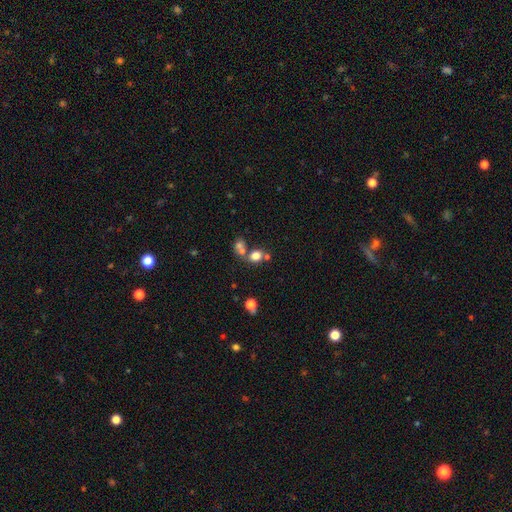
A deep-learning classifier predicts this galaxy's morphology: This is likely a smooth galaxy (73%). How rounded: likely round (66%). Merging: possibly none (47%).